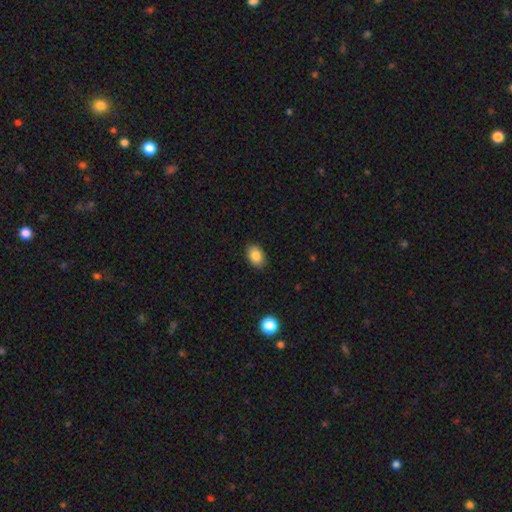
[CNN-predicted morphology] Q: Smooth or featured?
A: smooth (85%); runner-up: star or artifact (8%)
Q: How rounded?
A: in between (83%); runner-up: round (16%)
Q: Merging?
A: none (87%); runner-up: minor disturbance (10%)